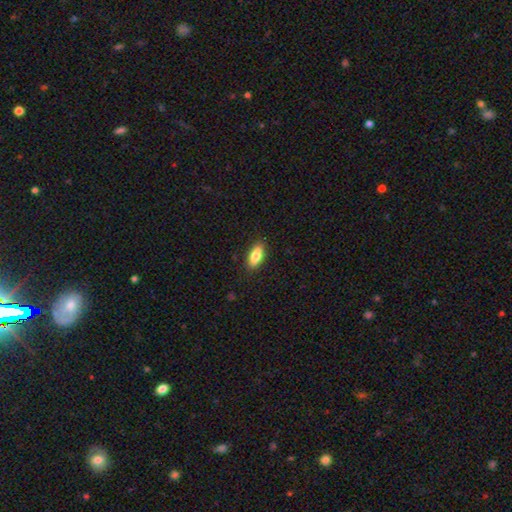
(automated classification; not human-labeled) A smooth galaxy with no disk features (83%) that is in between round and cigar-shaped (79%). Merging: none (88%).